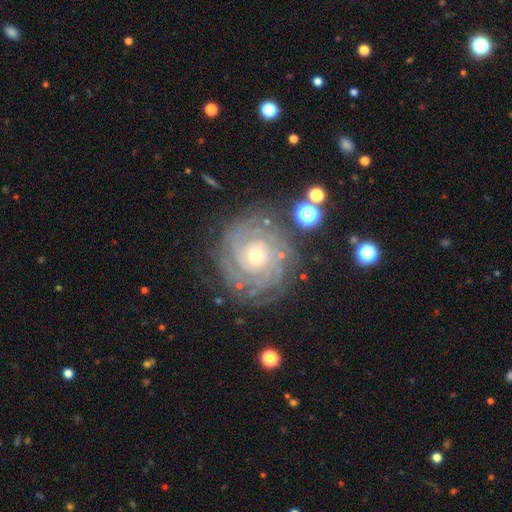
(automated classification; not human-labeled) A featured or disk galaxy (86%) with no bar (80%), tight (85%) spiral arms (96%) and a small central bulge (51%).

Vote fractions:
- Smooth or featured? featured or disk: 86% / star or artifact: 7% / smooth: 7%
- Edge-on disk? no: 98% / yes: 2%
- Bar? no: 80% / weak: 15% / strong: 5%
- Spiral arms? yes: 96% / no: 4%
- Spiral winding? tight: 85% / medium: 13% / loose: 3%
- Spiral arm count? can't tell: 29% / 4: 19% / 3: 18% / 2: 14% / more than 4: 13% / 1: 7%
- Bulge size? small: 51% / moderate: 46% / large: 2% / none: 1% / dominant: 1%
- Merging? none: 80% / minor disturbance: 13% / major disturbance: 5% / merger: 2%